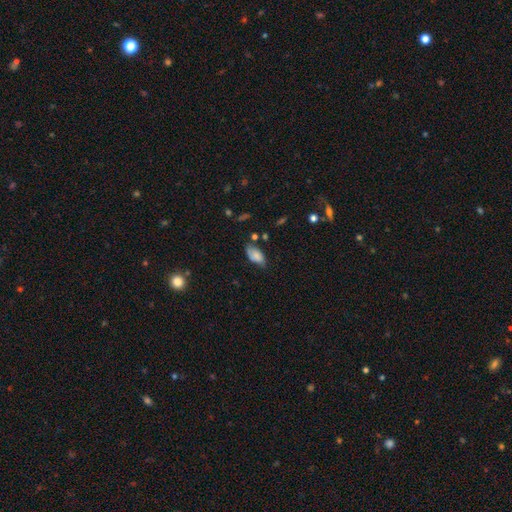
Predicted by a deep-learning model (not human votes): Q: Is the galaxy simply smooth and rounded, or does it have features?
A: smooth — 74%.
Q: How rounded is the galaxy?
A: in between — 93%.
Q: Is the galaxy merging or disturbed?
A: none — 60%.